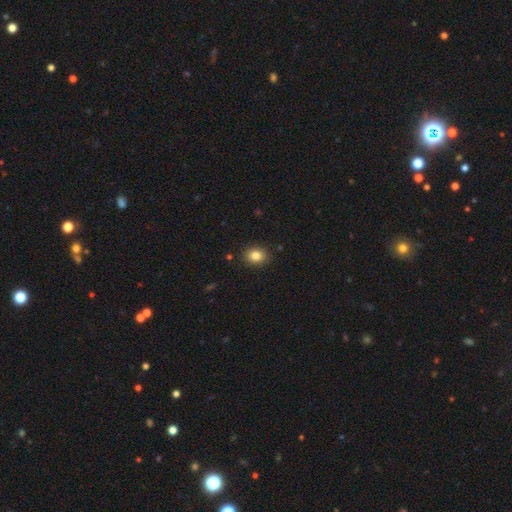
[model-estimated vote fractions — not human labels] Q: Smooth or featured?
A: smooth (83%); runner-up: star or artifact (10%)
Q: How rounded?
A: round (50%); runner-up: in between (49%)
Q: Merging?
A: none (88%); runner-up: minor disturbance (8%)